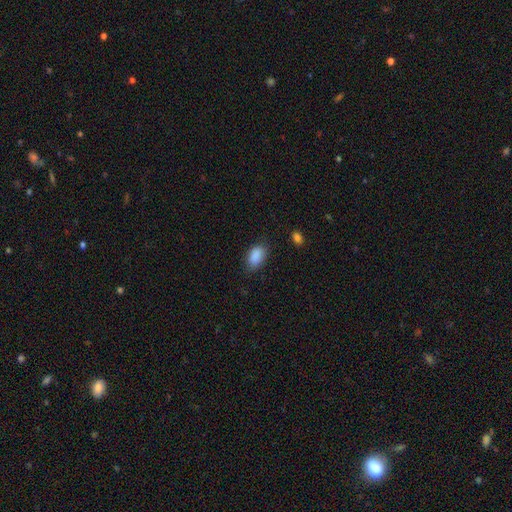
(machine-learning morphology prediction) Smooth or featured? smooth (89%)
How rounded? in between (91%)
Merging? none (77%)